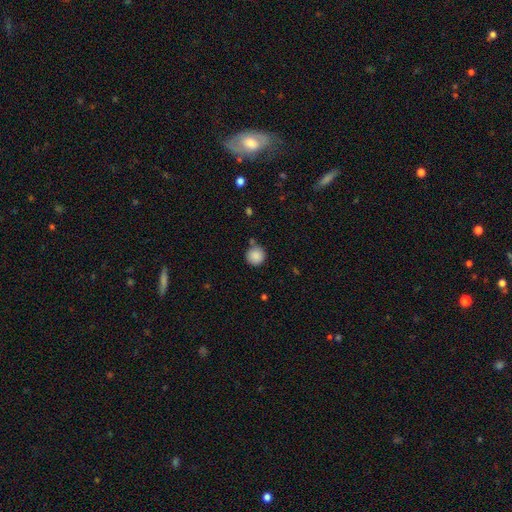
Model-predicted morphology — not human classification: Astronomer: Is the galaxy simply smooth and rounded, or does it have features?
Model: smooth — 88%.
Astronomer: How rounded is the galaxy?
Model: round — 94%.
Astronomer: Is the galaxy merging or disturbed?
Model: none — 79%.